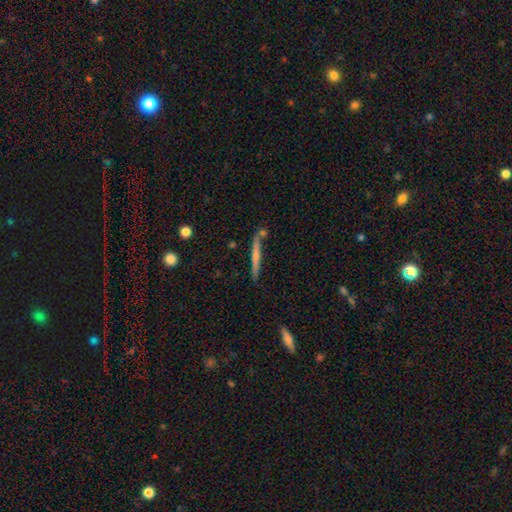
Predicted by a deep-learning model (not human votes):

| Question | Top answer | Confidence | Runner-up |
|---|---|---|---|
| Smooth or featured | featured or disk | 47% | tied: smooth (47%) |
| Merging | none | 77% | minor disturbance (12%) |